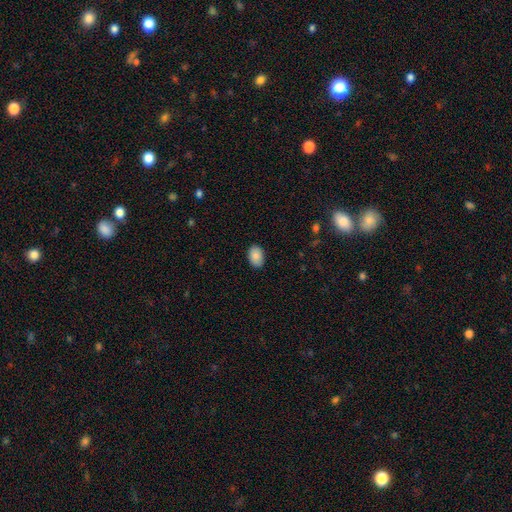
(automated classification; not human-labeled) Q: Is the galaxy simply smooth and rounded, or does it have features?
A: smooth — 86%.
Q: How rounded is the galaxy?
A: in between — 86%.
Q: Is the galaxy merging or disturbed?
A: none — 87%.